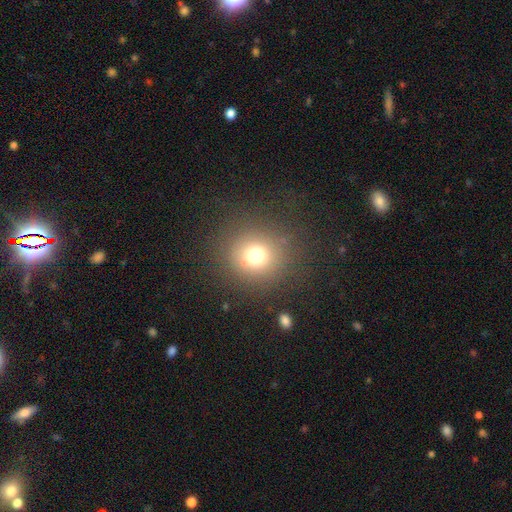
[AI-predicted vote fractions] Morphology: type=smooth (70%); roundness=round (91%); merging=none (84%).